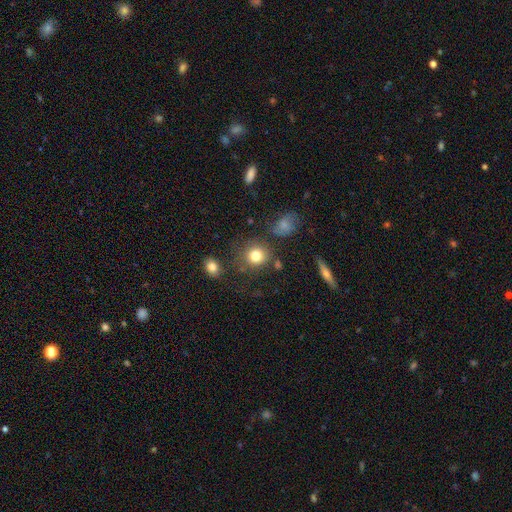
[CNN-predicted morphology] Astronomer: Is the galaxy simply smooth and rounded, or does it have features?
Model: smooth — 81%.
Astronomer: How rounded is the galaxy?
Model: round — 88%.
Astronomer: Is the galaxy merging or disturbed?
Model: none — 76%.